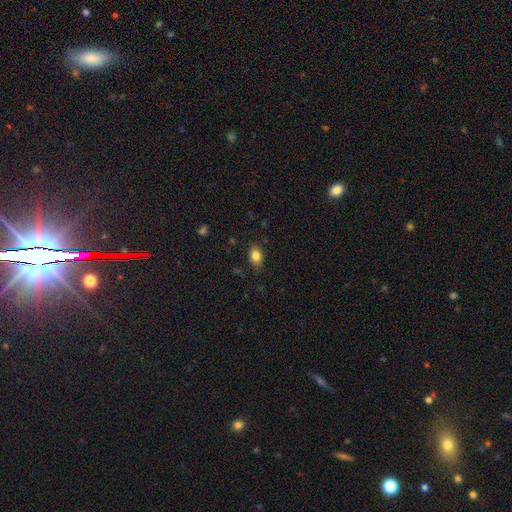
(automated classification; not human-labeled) Morphology: type=smooth (82%); roundness=in between (80%); merging=none (81%).